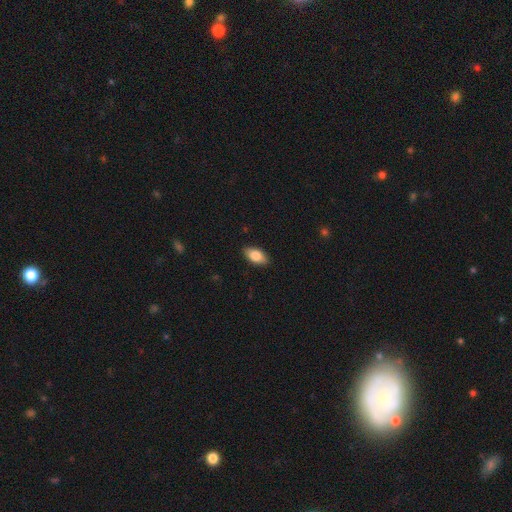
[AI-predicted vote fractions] A smooth galaxy with no disk features (85%) that is in between round and cigar-shaped (93%). Merging: none (88%).